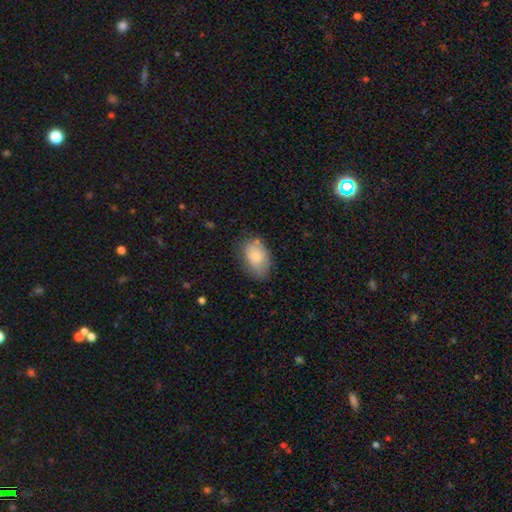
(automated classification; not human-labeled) A smooth galaxy with no disk features (80%) that is in between round and cigar-shaped (90%). Merging: none (66%).